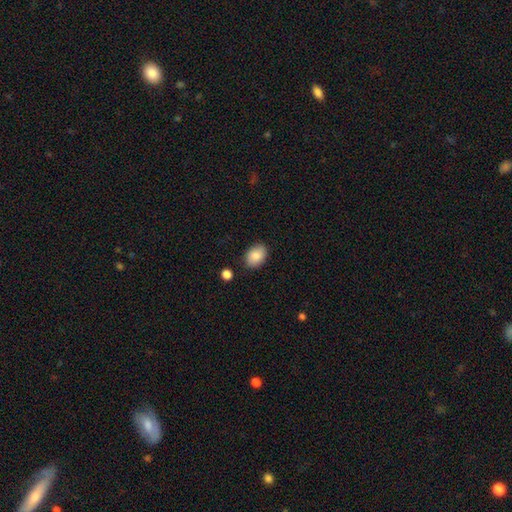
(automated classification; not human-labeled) The model was most divided on "how rounded": in between: 81%, round: 18%, cigar-shaped: 1%. More confident: smooth or featured — smooth (87%); merging — none (85%).